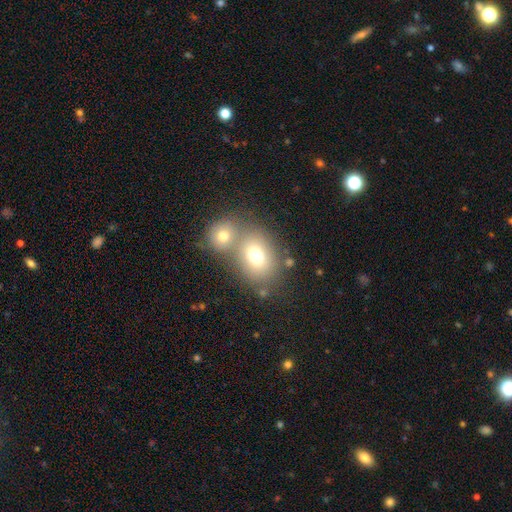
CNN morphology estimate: Smooth or featured: smooth — 73% (featured or disk — 15%)
How rounded: in between — 53% (round — 46%)
Merging: merger — 44% (none — 43%)